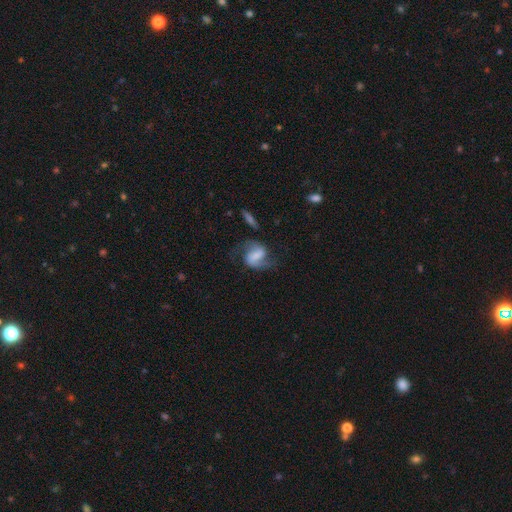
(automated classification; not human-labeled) featured or disk 78%, smooth 15%, star or artifact 7%. Down the decision tree: edge-on disk — no (97%); bar — weak (45%); spiral arms — yes (95%); spiral arm count — 2 (90%); spiral winding — medium (46%); bulge size — none (33%); merging — none (67%).